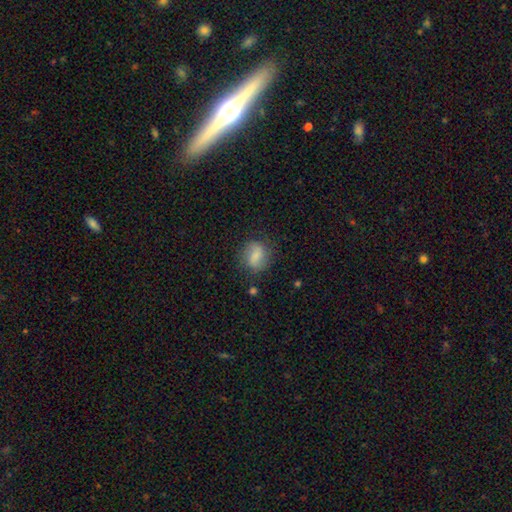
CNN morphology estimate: smooth 73%, featured or disk 19%, star or artifact 8%. Down the decision tree: how rounded — round (60%); merging — none (73%).